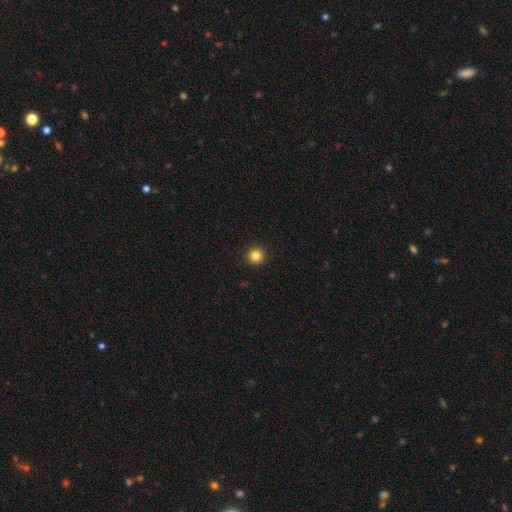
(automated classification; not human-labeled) A smooth galaxy with no disk features (85%) that is round (96%). Merging: none (94%).